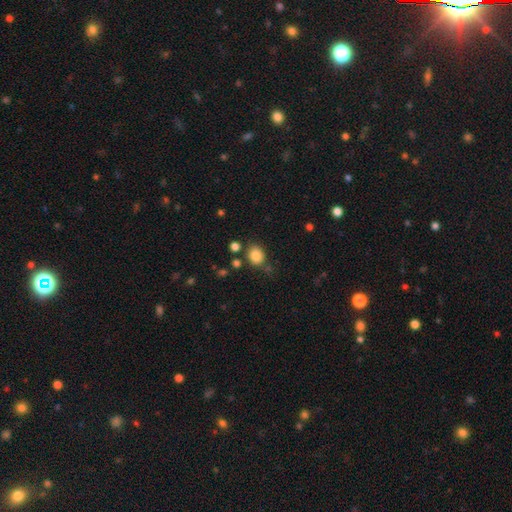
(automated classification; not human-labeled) The model was most divided on "how rounded": round: 61%, in between: 38%, cigar-shaped: 1%. More confident: smooth or featured — smooth (85%); merging — none (73%).